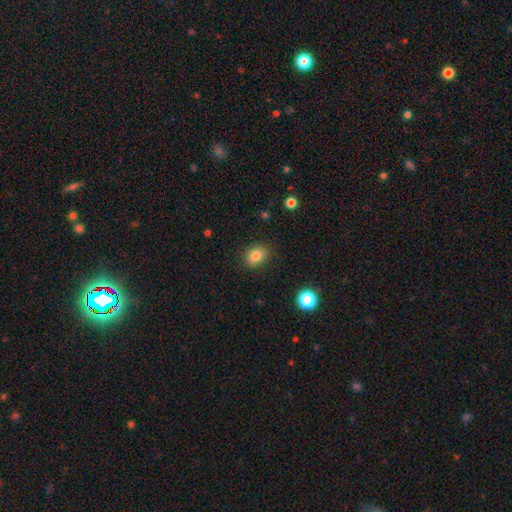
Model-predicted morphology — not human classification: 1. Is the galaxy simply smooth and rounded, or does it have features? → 84% smooth, 11% star or artifact, 6% featured or disk.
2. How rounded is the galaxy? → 51% in between, 48% round, 1% cigar-shaped.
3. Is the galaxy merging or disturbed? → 85% none, 11% minor disturbance, 3% major disturbance, 1% merger.